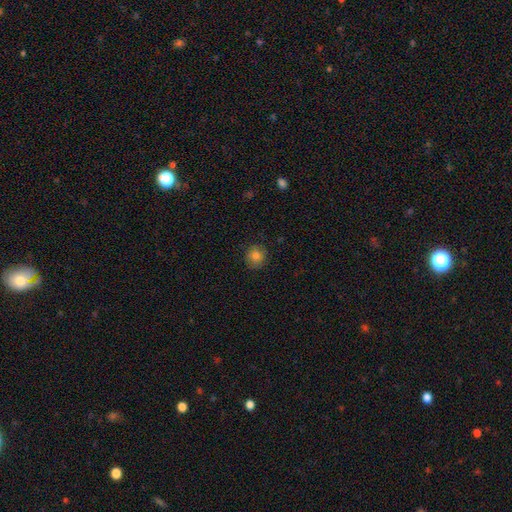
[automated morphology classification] Q: Smooth or featured?
A: smooth (83%); runner-up: star or artifact (11%)
Q: How rounded?
A: round (86%); runner-up: in between (13%)
Q: Merging?
A: none (86%); runner-up: minor disturbance (11%)